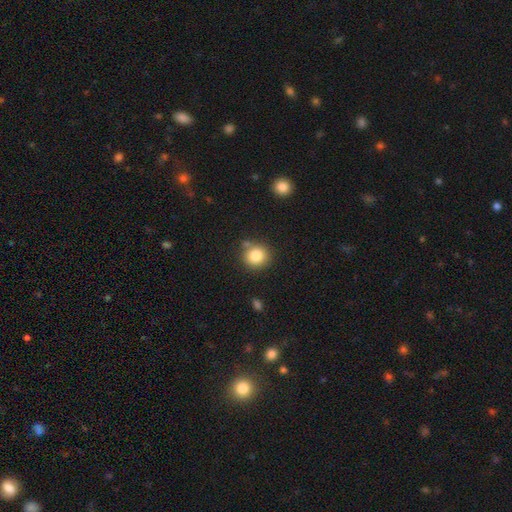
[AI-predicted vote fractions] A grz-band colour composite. It shows a smooth galaxy with no disk features (83%) that is round (89%). Merging: none (77%).